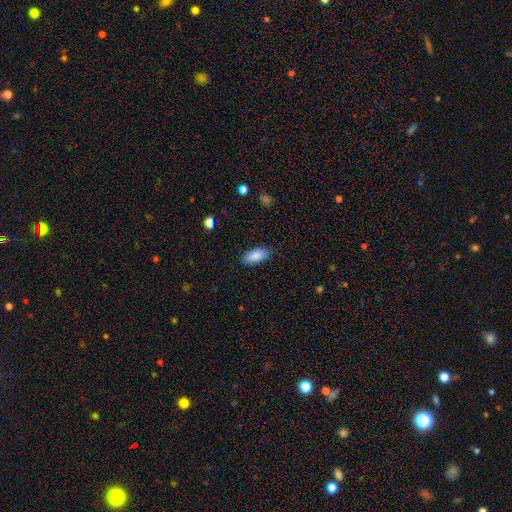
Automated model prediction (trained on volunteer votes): smooth-or-featured: smooth: 85% | featured or disk: 8% | star or artifact: 7%
  how-rounded: in between: 86% | cigar-shaped: 12% | round: 2%
  merging: none: 86% | minor disturbance: 11% | major disturbance: 2% | merger: 1%